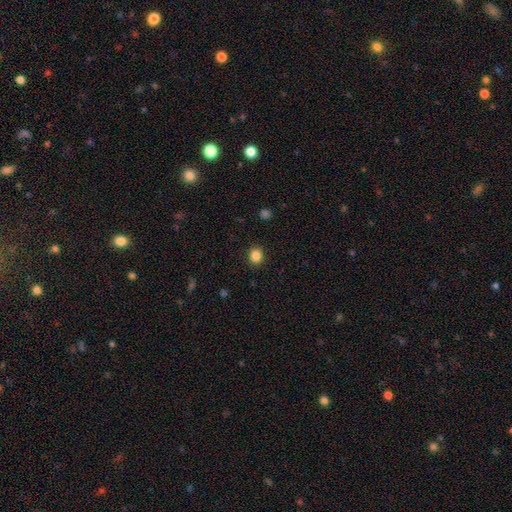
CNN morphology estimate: Overall: smooth (85%). How rounded: round (74%). Merging: none (91%).